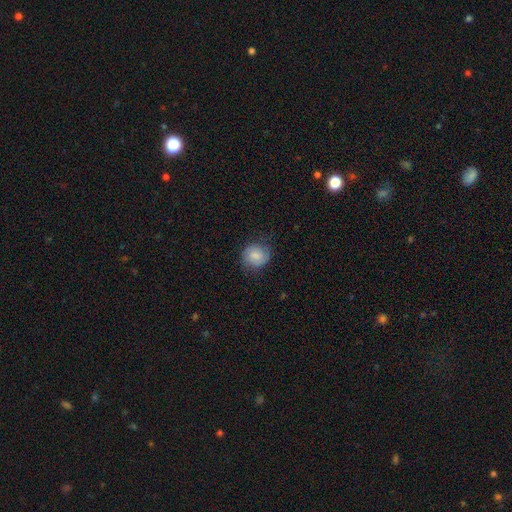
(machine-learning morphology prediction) A smooth galaxy with no disk features (68%) that is round (79%).

Vote fractions:
- Smooth or featured? smooth: 68% / featured or disk: 24% / star or artifact: 8%
- How rounded? round: 79% / in between: 20% / cigar-shaped: 1%
- Merging? none: 74% / minor disturbance: 19% / major disturbance: 6% / merger: 1%